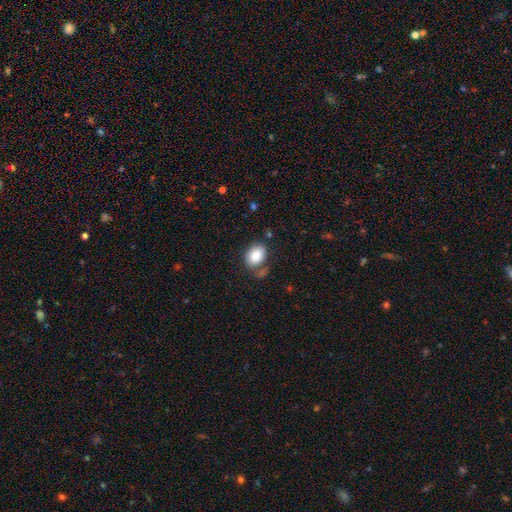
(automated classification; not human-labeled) This appears to be a smooth galaxy with no disk features (85%) that is in between round and cigar-shaped (73%). Merging: none (64%).